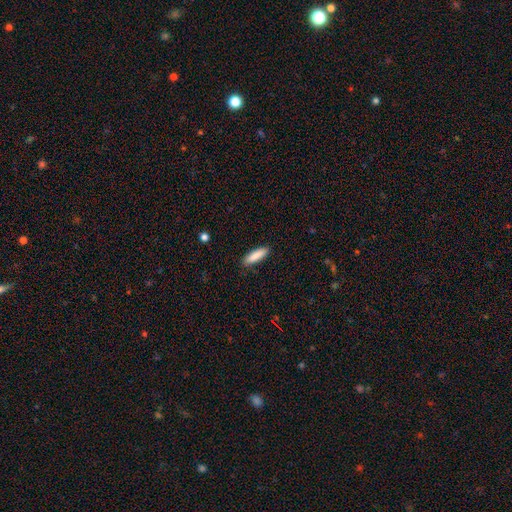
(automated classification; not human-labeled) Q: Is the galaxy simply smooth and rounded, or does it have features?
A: smooth — 88%.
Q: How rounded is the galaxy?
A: cigar-shaped — 62%.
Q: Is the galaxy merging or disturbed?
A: none — 89%.